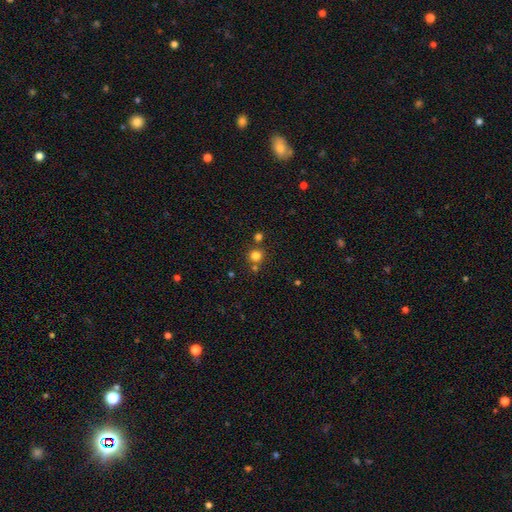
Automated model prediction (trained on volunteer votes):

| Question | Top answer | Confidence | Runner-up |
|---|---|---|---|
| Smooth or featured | smooth | 79% | star or artifact (16%) |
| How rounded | round | 92% | in between (7%) |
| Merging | none | 73% | merger (17%) |